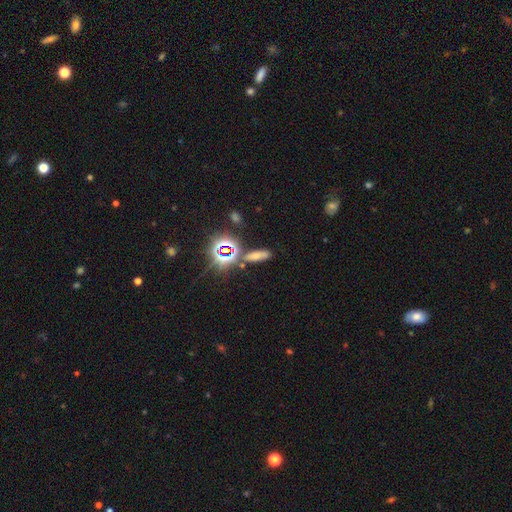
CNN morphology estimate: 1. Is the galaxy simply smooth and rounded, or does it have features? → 51% smooth, 34% star or artifact, 15% featured or disk.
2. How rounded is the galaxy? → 48% in between, 43% cigar-shaped, 9% round.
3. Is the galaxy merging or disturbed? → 73% none, 13% minor disturbance, 9% merger, 5% major disturbance.